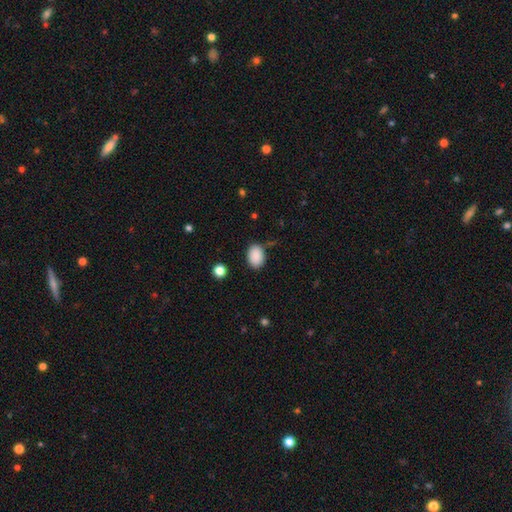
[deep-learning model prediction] Smooth or featured?
  - smooth: 89% *
  - star or artifact: 8%
  - featured or disk: 3%
How rounded?
  - in between: 83% *
  - round: 16%
  - cigar-shaped: 1%
Merging?
  - none: 82% *
  - minor disturbance: 13%
  - major disturbance: 3%
  - merger: 2%